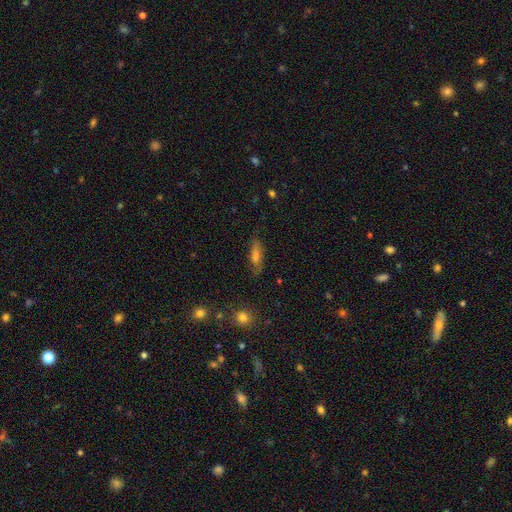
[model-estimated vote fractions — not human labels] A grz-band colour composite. It shows a smooth galaxy with no disk features (53%) that is cigar-shaped (52%). Merging: none (76%).